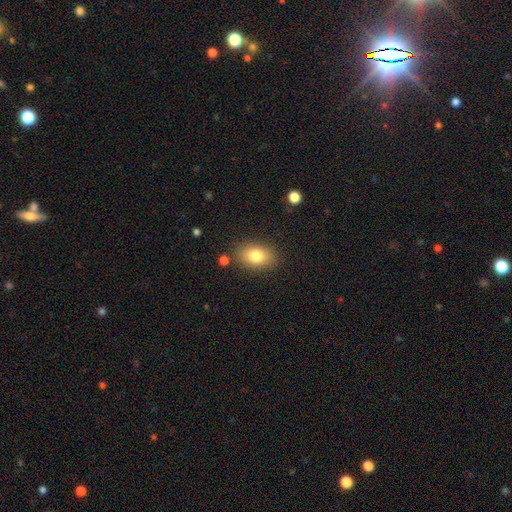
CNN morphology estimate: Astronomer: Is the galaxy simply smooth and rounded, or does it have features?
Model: smooth — 81%.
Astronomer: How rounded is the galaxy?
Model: in between — 84%.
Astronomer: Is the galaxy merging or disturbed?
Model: none — 84%.